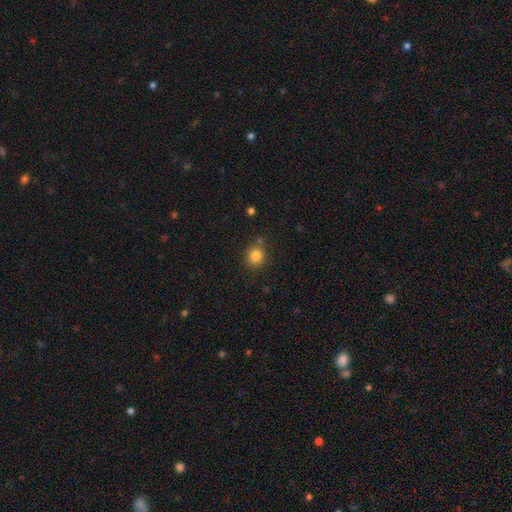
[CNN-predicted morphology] smooth_or_featured: smooth (p=0.83) [alt: star or artifact p=0.11]
how_rounded: round (p=0.82) [alt: in between p=0.17]
merging: none (p=0.81) [alt: minor disturbance p=0.10]